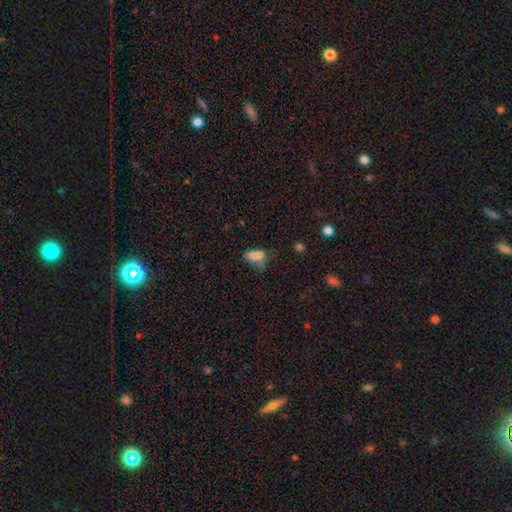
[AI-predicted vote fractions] Smooth or featured? smooth (69%)
How rounded? in between (79%)
Merging? merger (39%)